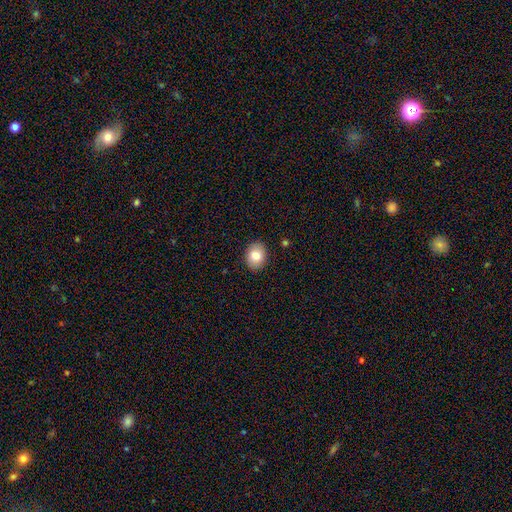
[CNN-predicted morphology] The model was most divided on "how rounded": in between: 59%, round: 40%, cigar-shaped: 1%. More confident: merging — none (89%); smooth or featured — smooth (82%).